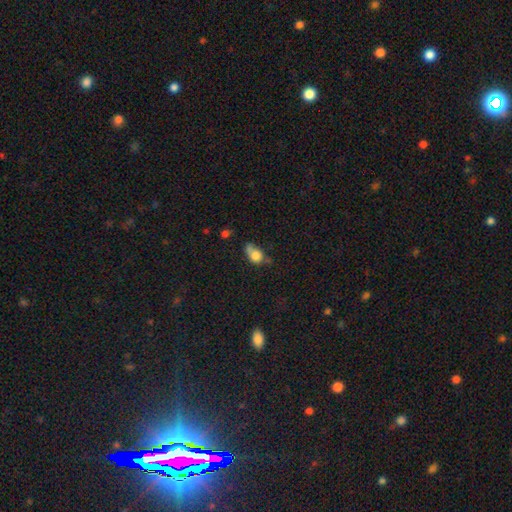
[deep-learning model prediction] smooth-or-featured: smooth: 75% | featured or disk: 14% | star or artifact: 11%
  how-rounded: in between: 55% | round: 42% | cigar-shaped: 3%
  merging: none: 30% | minor disturbance: 29% | merger: 23% | major disturbance: 19%